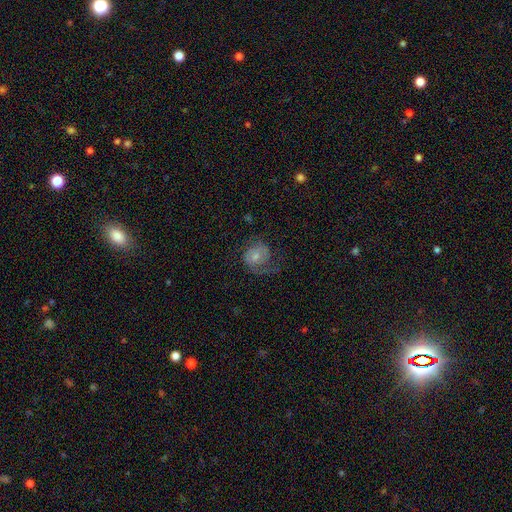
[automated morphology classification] smooth-or-featured: featured or disk: 58% | smooth: 34% | star or artifact: 8%
  disk-edge-on: no: 98% | yes: 2%
    bar: no: 60% | weak: 34% | strong: 6%
    has-spiral-arms: yes: 85% | no: 15%
    bulge-size: moderate: 42% | small: 40% | none: 9% | large: 8% | dominant: 2%
  merging: none: 49% | major disturbance: 28% | minor disturbance: 21% | merger: 2%